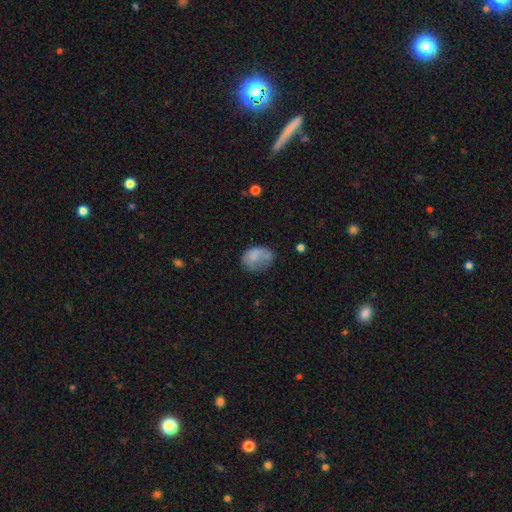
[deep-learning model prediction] smooth_or_featured: smooth (p=0.72) [alt: featured or disk p=0.19]
how_rounded: in between (p=0.72) [alt: round p=0.27]
merging: none (p=0.42) [alt: minor disturbance p=0.32]